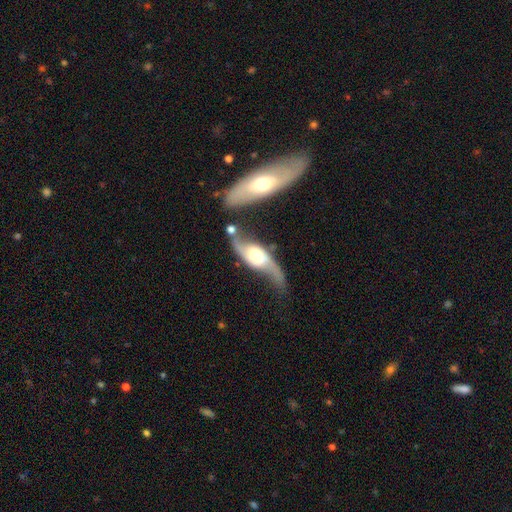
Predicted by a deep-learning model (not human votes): Overall: featured or disk (82%). Edge-on disk: no (83%). Bar: no (59%; weak 29%). Spiral arms: yes (92%). Spiral arm count: 2 (92%). Spiral winding: loose (79%). Bulge size: moderate (62%; large 23%). Merging: none (49%; minor disturbance 20%).